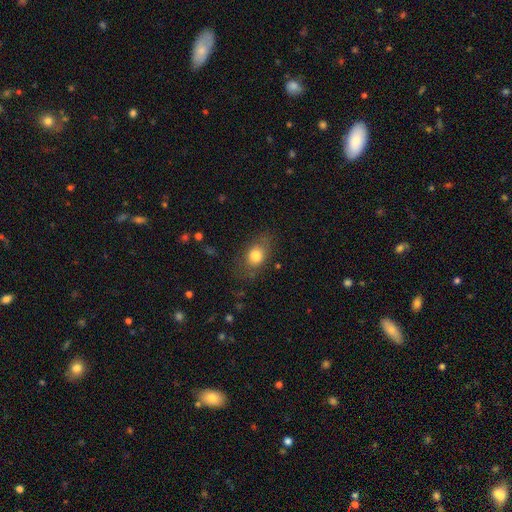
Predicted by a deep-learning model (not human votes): smooth-or-featured: smooth: 78% | featured or disk: 13% | star or artifact: 9%
  how-rounded: in between: 66% | round: 32% | cigar-shaped: 2%
  merging: none: 71% | minor disturbance: 19% | major disturbance: 9% | merger: 2%